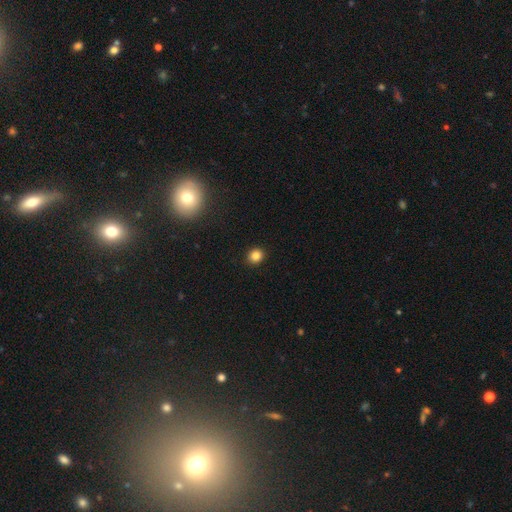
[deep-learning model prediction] This appears to be a smooth galaxy with no disk features (84%) that is round (76%). Merging: none (92%).